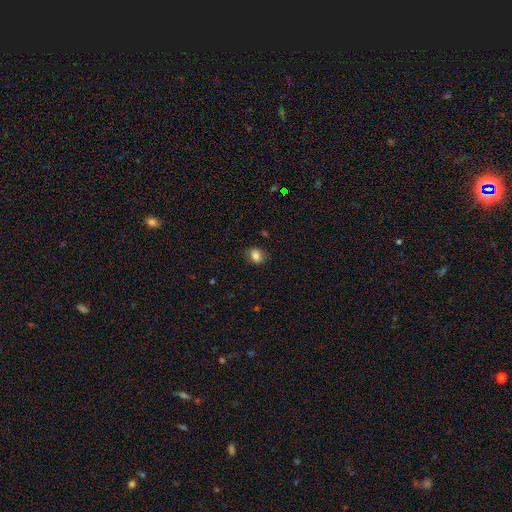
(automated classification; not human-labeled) This appears to be a smooth galaxy with no disk features (82%) that is in between round and cigar-shaped (61%). Merging: none (80%).